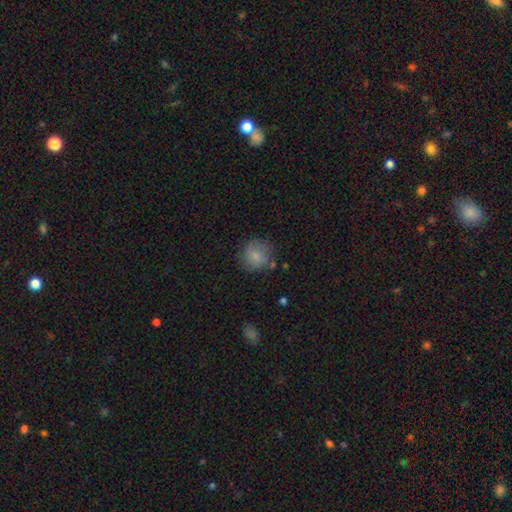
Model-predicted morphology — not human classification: Smooth or featured? Predicted: smooth (p=0.82). How rounded? Predicted: round (p=0.89). Merging? Predicted: none (p=0.72).